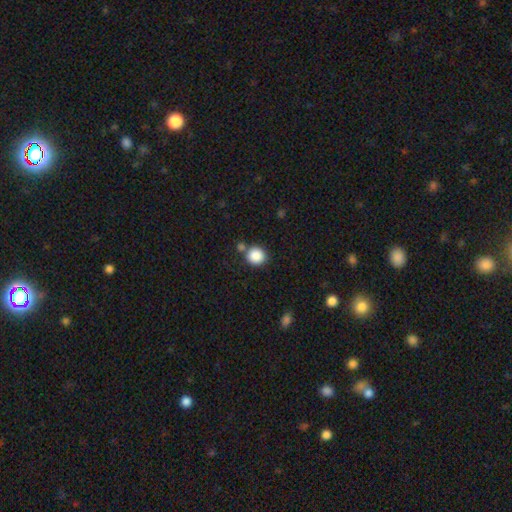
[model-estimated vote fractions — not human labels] The model was most divided on "merging": none: 74%, merger: 13%, minor disturbance: 10%, major disturbance: 3%. More confident: how rounded — round (89%); smooth or featured — smooth (87%).